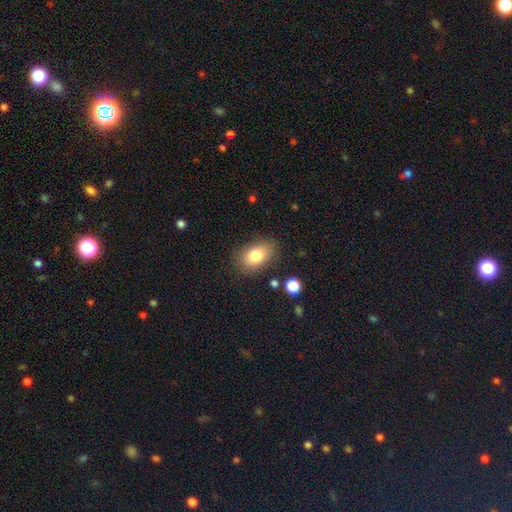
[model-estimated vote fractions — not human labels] smooth_or_featured: smooth (p=0.81) [alt: featured or disk p=0.10]
how_rounded: in between (p=0.84) [alt: round p=0.14]
merging: none (p=0.81) [alt: minor disturbance p=0.13]